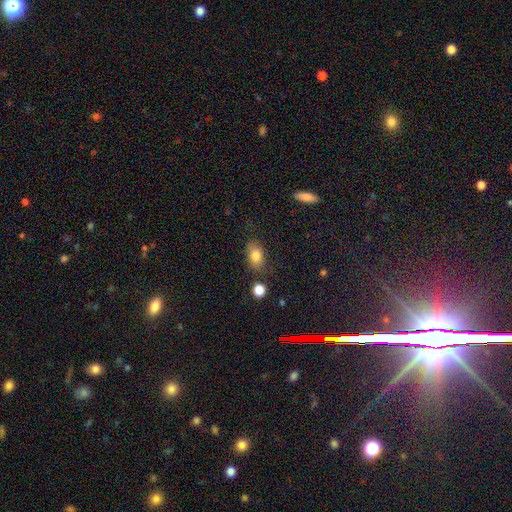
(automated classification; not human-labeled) Morphology: type=smooth (81%); roundness=in between (81%); merging=none (74%).